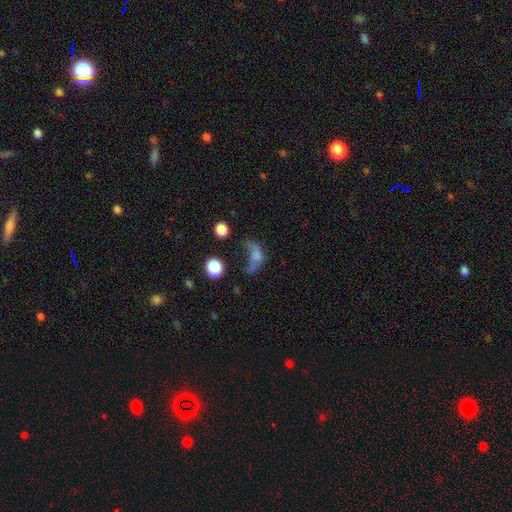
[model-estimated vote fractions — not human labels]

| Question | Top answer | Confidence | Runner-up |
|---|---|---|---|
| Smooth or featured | smooth | 58% | featured or disk (25%) |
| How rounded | in between | 69% | round (23%) |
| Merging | major disturbance | 45% | none (23%) |